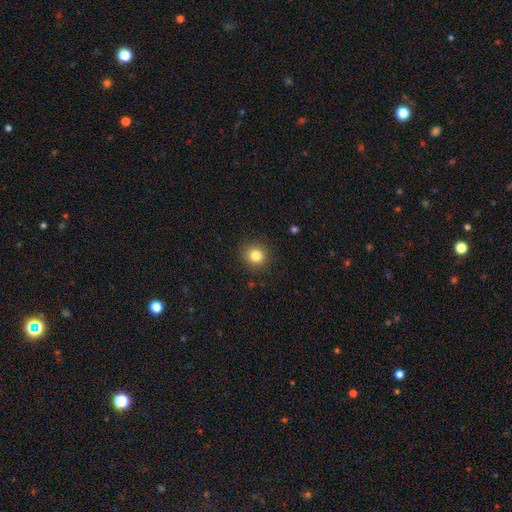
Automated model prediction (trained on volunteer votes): smooth 83%, star or artifact 11%, featured or disk 6%. Down the decision tree: how rounded — round (88%); merging — none (89%).